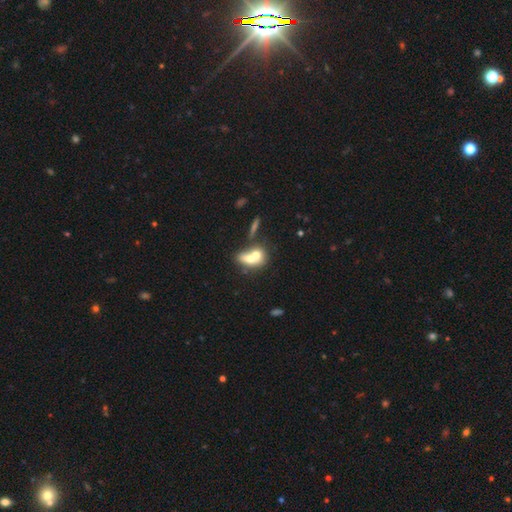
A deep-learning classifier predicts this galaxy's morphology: Smooth or featured?
  - smooth: 63% *
  - featured or disk: 27%
  - star or artifact: 9%
How rounded?
  - in between: 56% *
  - round: 37%
  - cigar-shaped: 7%
Merging?
  - merger: 66% *
  - none: 22%
  - minor disturbance: 7%
  - major disturbance: 5%